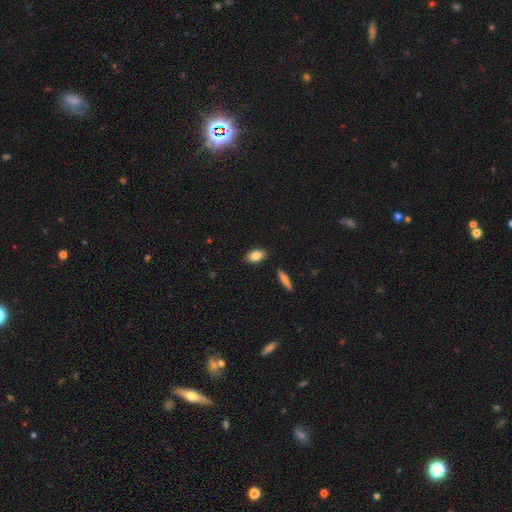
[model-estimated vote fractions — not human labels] Smooth or featured? smooth (84%)
How rounded? in between (90%)
Merging? none (87%)